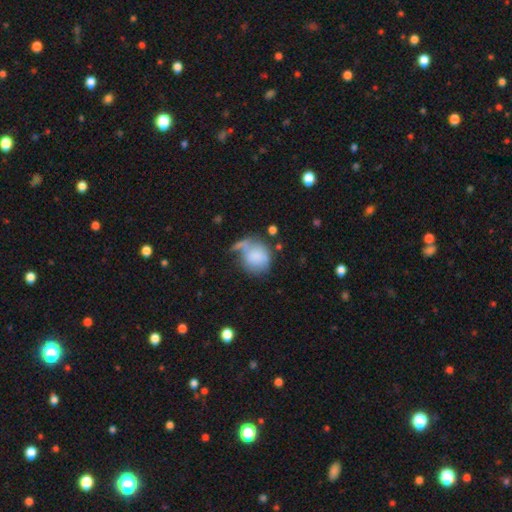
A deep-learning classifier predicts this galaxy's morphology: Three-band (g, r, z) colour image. It shows a smooth galaxy with no disk features (72%) that is round (70%). Merging: none (33%).